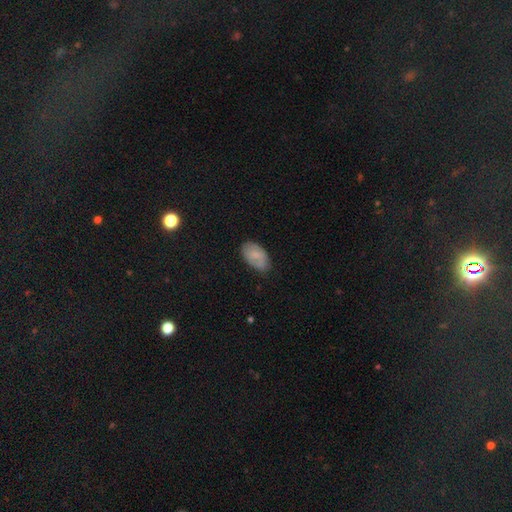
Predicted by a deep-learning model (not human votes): This is likely a smooth galaxy (74%). How rounded: clearly in between (94%). Merging: likely none (71%).